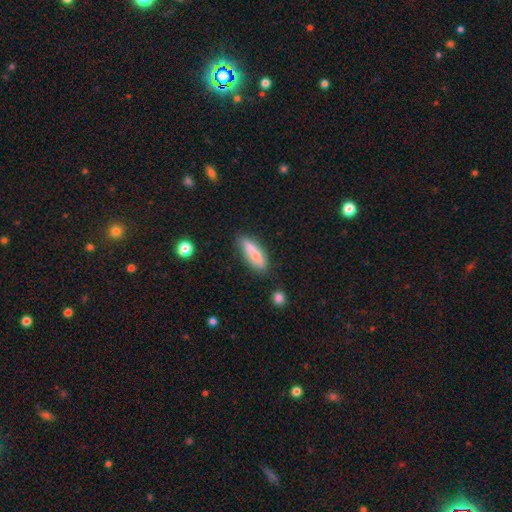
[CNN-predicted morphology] A smooth galaxy with no disk features (77%) that is cigar-shaped (65%).

Vote fractions:
- Smooth or featured? smooth: 77% / featured or disk: 16% / star or artifact: 7%
- How rounded? cigar-shaped: 65% / in between: 34% / round: 2%
- Merging? none: 76% / minor disturbance: 17% / major disturbance: 4% / merger: 4%